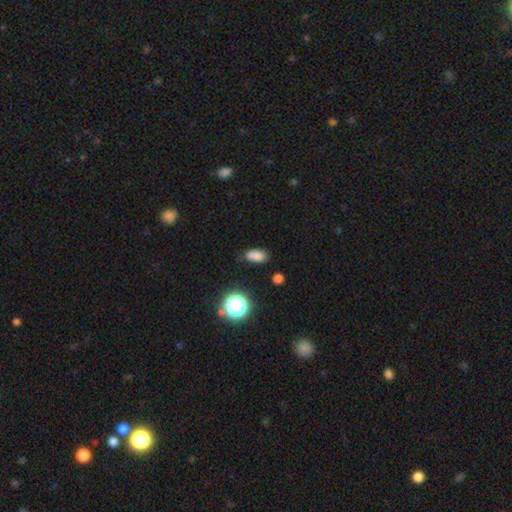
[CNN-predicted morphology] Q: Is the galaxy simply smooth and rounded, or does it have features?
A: smooth — 81%.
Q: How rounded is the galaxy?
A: in between — 85%.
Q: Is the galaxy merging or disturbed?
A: none — 71%.